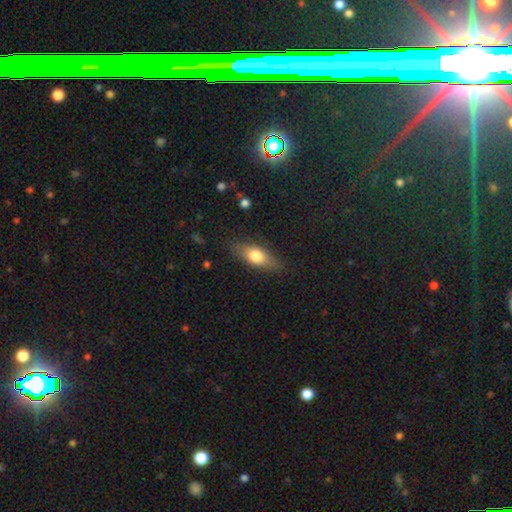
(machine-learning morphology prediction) This is likely a smooth galaxy (68%). How rounded: likely in between (70%). Merging: clearly none (82%).